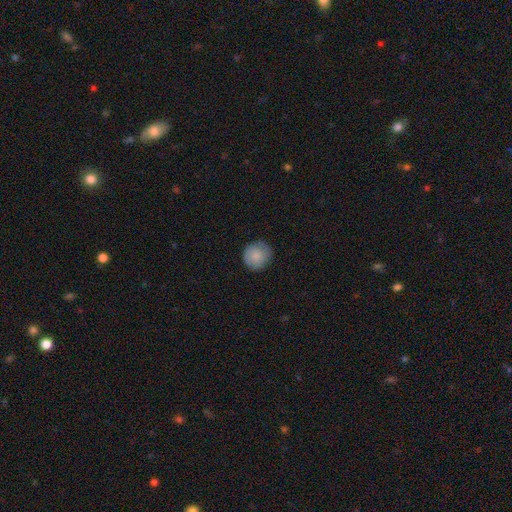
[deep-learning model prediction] Smooth or featured? smooth (82%)
How rounded? round (91%)
Merging? none (77%)